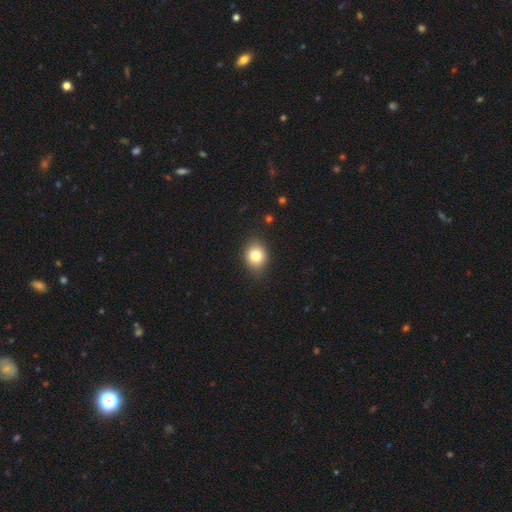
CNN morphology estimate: Smooth or featured: smooth — 81% (star or artifact — 10%)
How rounded: round — 52% (in between — 47%)
Merging: none — 84% (minor disturbance — 12%)